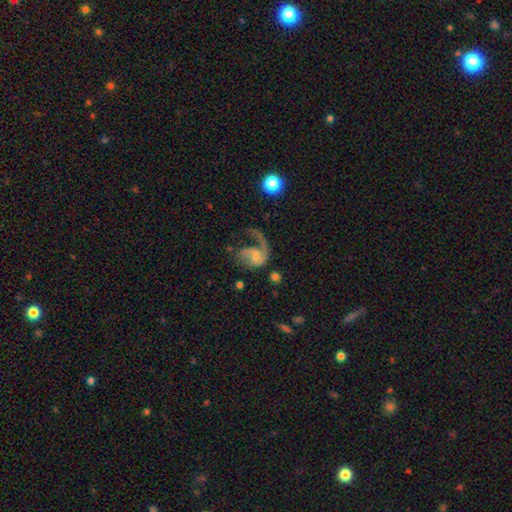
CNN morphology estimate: This appears to be a featured or disk galaxy (72%) with no bar (61%), 1 (68%) loose (64%) spiral arms (87%) and a small central bulge (52%). Merging: major disturbance (51%).